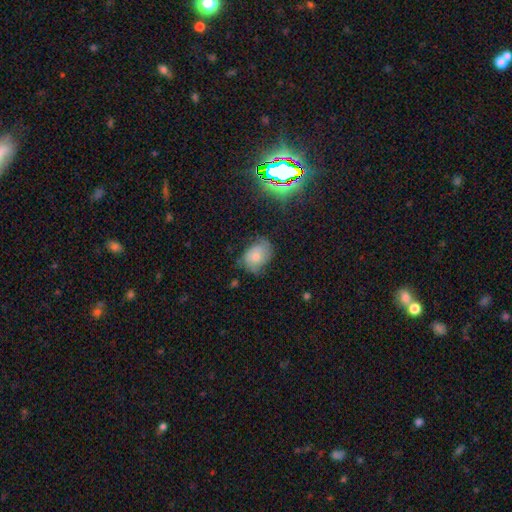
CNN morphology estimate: smooth 63%, featured or disk 27%, star or artifact 11%. Down the decision tree: how rounded — in between (70%); merging — none (53%).